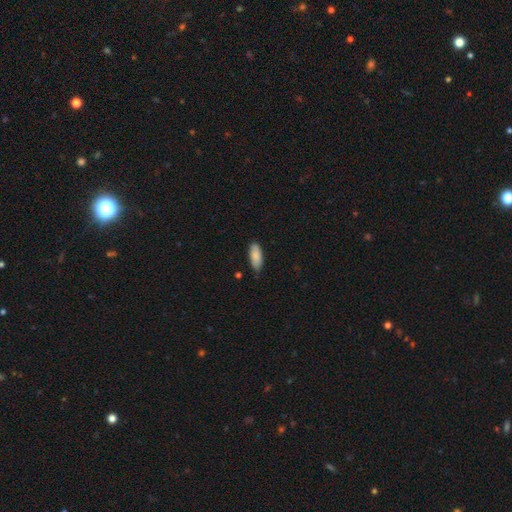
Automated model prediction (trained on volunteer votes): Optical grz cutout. It shows a smooth galaxy with no disk features (87%) that is in between round and cigar-shaped (78%). Merging: none (81%).